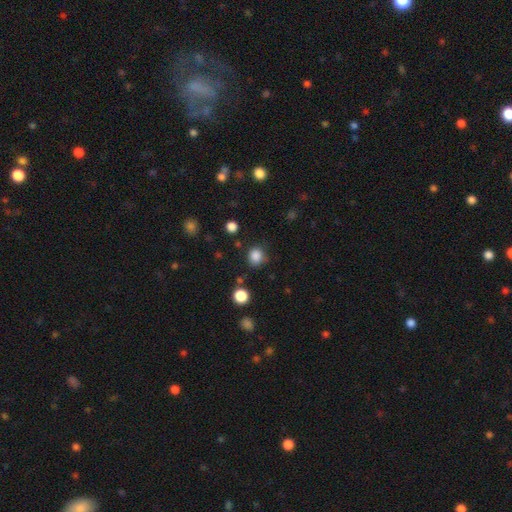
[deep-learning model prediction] smooth 84%, star or artifact 12%, featured or disk 4%. Down the decision tree: how rounded — round (84%); merging — none (79%).